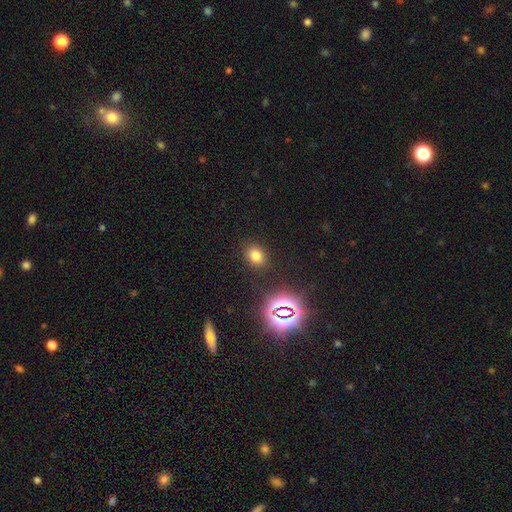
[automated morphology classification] type=smooth (73%); roundness=round (52%); merging=none (86%).